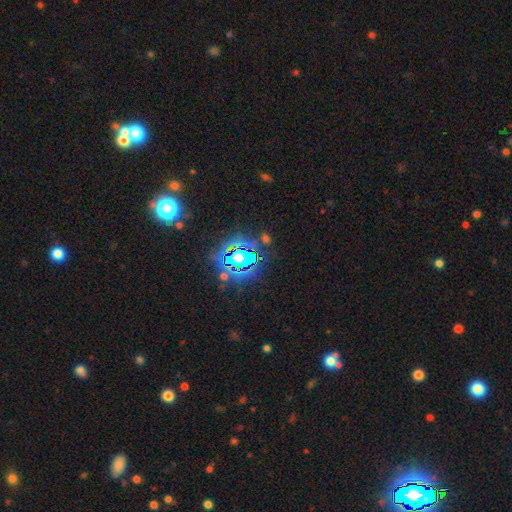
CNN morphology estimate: A star or artifact, not a galaxy (81%).